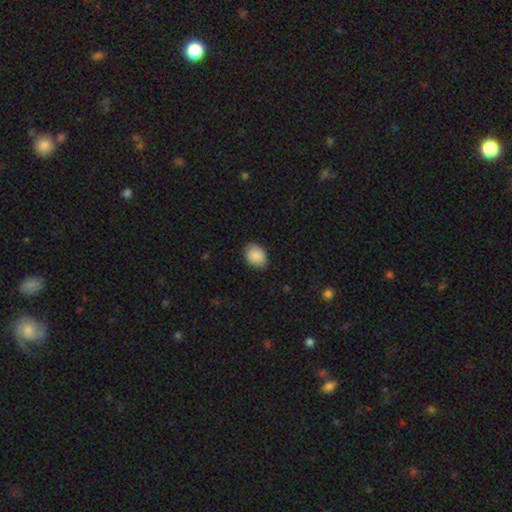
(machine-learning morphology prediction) A smooth galaxy with no disk features (90%) that is in between round and cigar-shaped (70%).

Vote fractions:
- Smooth or featured? smooth: 90% / star or artifact: 7% / featured or disk: 4%
- How rounded? in between: 70% / round: 29% / cigar-shaped: 1%
- Merging? none: 84% / minor disturbance: 12% / major disturbance: 2% / merger: 1%